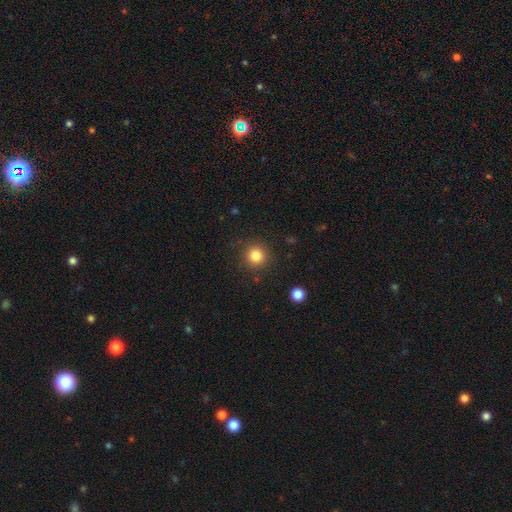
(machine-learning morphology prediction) This is clearly a smooth galaxy (83%). How rounded: clearly round (94%). Merging: clearly none (88%).